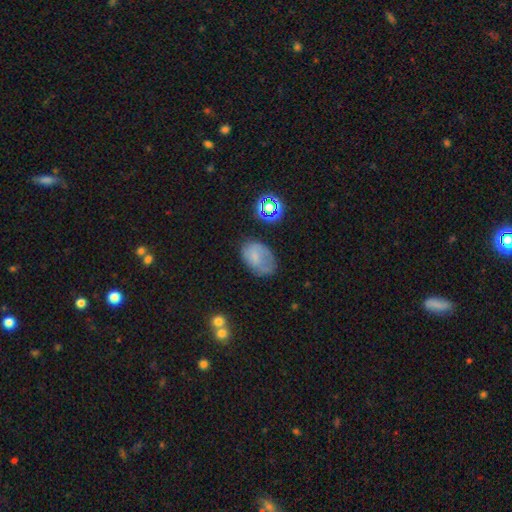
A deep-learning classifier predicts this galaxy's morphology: smooth-or-featured: smooth: 65% | featured or disk: 22% | star or artifact: 13%
  how-rounded: in between: 82% | round: 16% | cigar-shaped: 1%
  merging: none: 52% | minor disturbance: 31% | major disturbance: 14% | merger: 4%